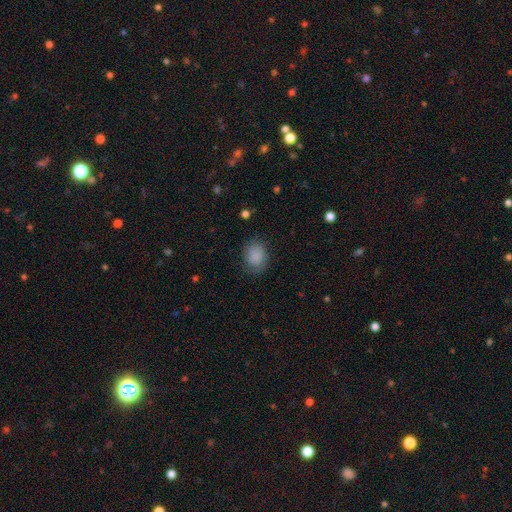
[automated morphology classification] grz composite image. It shows a smooth galaxy with no disk features (84%) that is round (54%). Merging: none (72%).